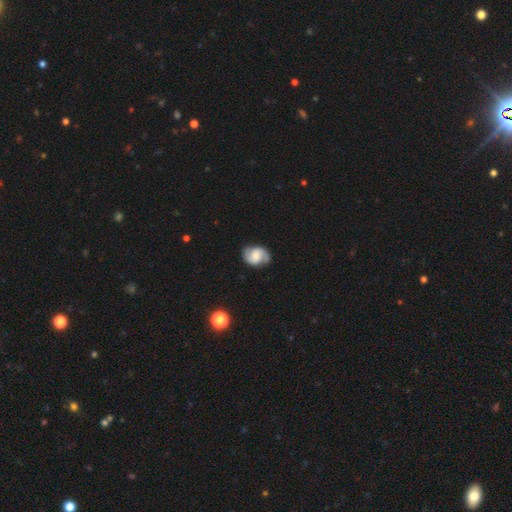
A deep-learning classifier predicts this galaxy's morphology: smooth_or_featured: featured or disk (p=0.72) [alt: smooth p=0.22]
disk_edge_on: no (p=0.98) [alt: yes p=0.02]
bar: weak (p=0.47) [alt: no p=0.41]
has_spiral_arms: yes (p=0.95) [alt: no p=0.05]
spiral_winding: medium (p=0.48) [alt: loose p=0.28]
spiral_arm_count: 2 (p=0.91) [alt: can't tell p=0.04]
bulge_size: moderate (p=0.37) [alt: small p=0.33]
merging: none (p=0.81) [alt: minor disturbance p=0.14]